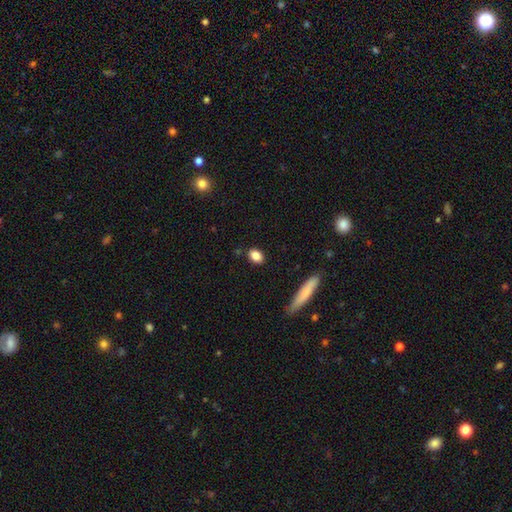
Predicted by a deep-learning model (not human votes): smooth_or_featured: smooth (p=0.85) [alt: star or artifact p=0.08]
how_rounded: in between (p=0.77) [alt: round p=0.19]
merging: none (p=0.85) [alt: minor disturbance p=0.10]